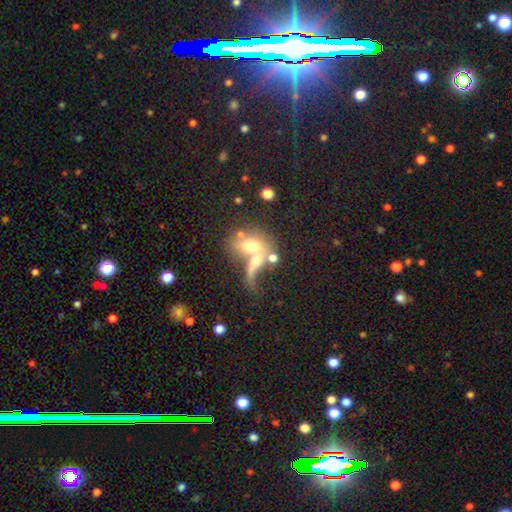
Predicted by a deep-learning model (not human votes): A smooth galaxy with no disk features (52%) that is in between round and cigar-shaped (57%).

Vote fractions:
- Smooth or featured? smooth: 52% / featured or disk: 34% / star or artifact: 13%
- How rounded? in between: 57% / round: 37% / cigar-shaped: 7%
- Merging? merger: 56% / none: 18% / major disturbance: 17% / minor disturbance: 8%